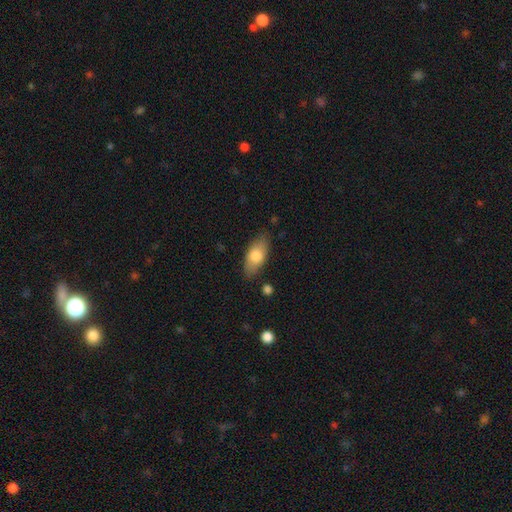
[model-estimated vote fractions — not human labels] Morphology: type=smooth (76%); roundness=in between (87%); merging=none (79%).